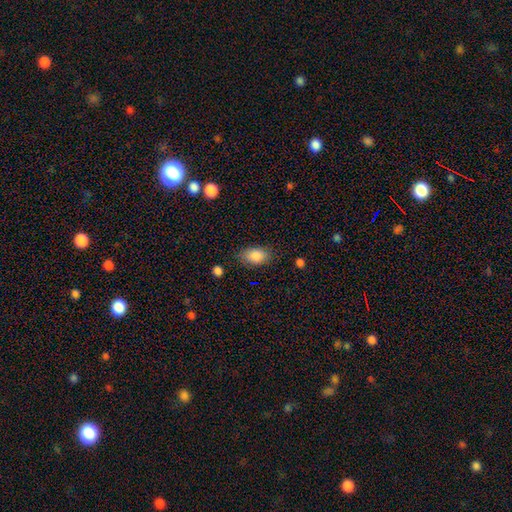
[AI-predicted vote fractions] Smooth or featured: smooth — 86% (star or artifact — 8%)
How rounded: in between — 89% (round — 9%)
Merging: none — 81% (minor disturbance — 14%)